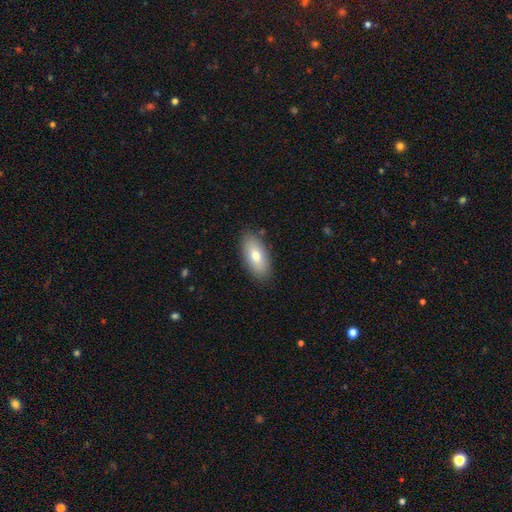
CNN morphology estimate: Smooth or featured? Predicted: smooth (p=0.75). How rounded? Predicted: in between (p=0.90). Merging? Predicted: none (p=0.86).